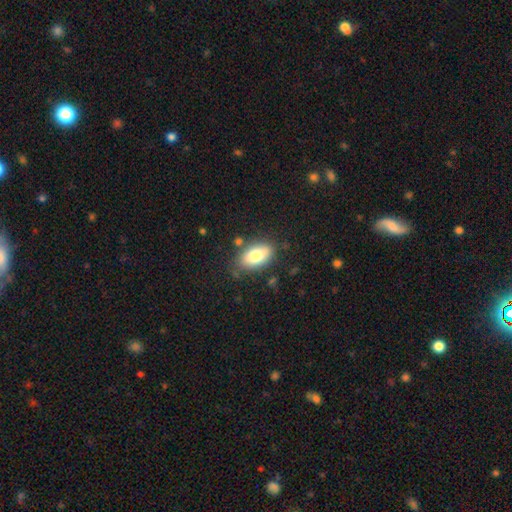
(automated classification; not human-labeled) A smooth galaxy with no disk features (76%) that is in between round and cigar-shaped (91%).

Vote fractions:
- Smooth or featured? smooth: 76% / featured or disk: 17% / star or artifact: 7%
- How rounded? in between: 91% / round: 6% / cigar-shaped: 3%
- Merging? none: 77% / minor disturbance: 15% / major disturbance: 4% / merger: 4%